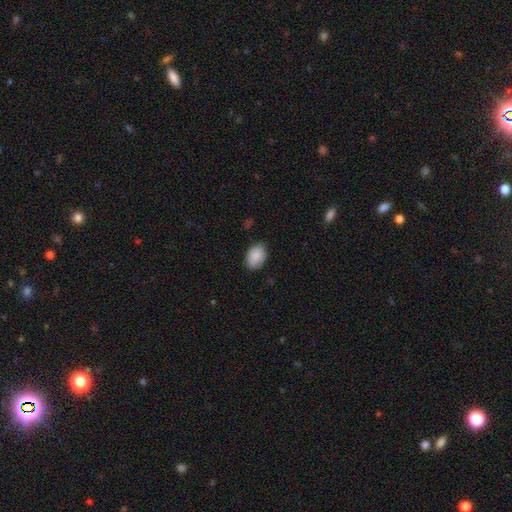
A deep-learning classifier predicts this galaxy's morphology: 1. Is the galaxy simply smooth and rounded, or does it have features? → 90% smooth, 7% star or artifact, 4% featured or disk.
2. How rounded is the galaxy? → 85% in between, 14% round, 1% cigar-shaped.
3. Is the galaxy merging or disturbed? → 82% none, 14% minor disturbance, 3% major disturbance, 1% merger.